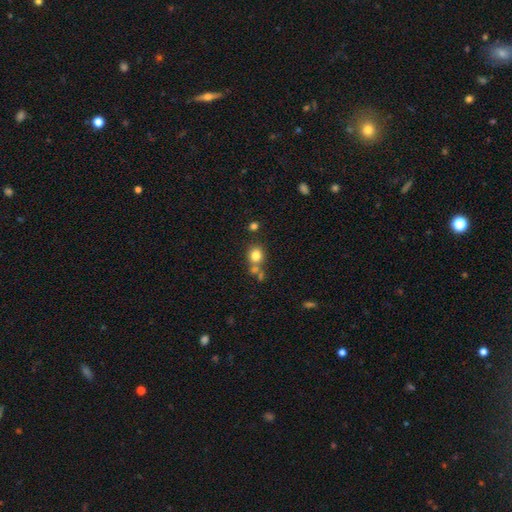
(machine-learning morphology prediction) A smooth galaxy with no disk features (80%) that is round (76%).

Vote fractions:
- Smooth or featured? smooth: 80% / star or artifact: 12% / featured or disk: 8%
- How rounded? round: 76% / in between: 23% / cigar-shaped: 1%
- Merging? none: 61% / merger: 24% / minor disturbance: 11% / major disturbance: 4%